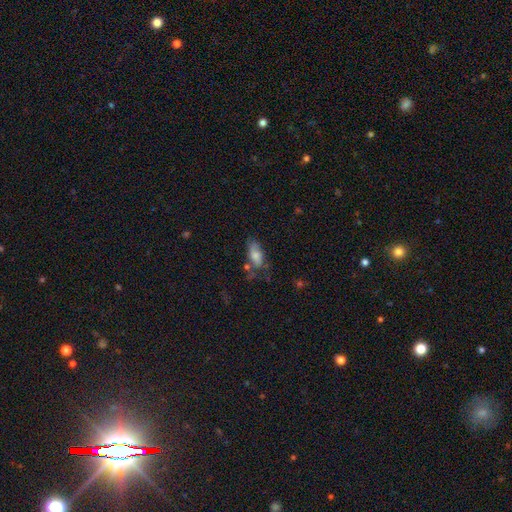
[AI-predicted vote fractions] The model was most divided on "merging": none: 46%, minor disturbance: 28%, major disturbance: 14%, merger: 11%. More confident: how rounded — in between (85%); smooth or featured — smooth (74%).